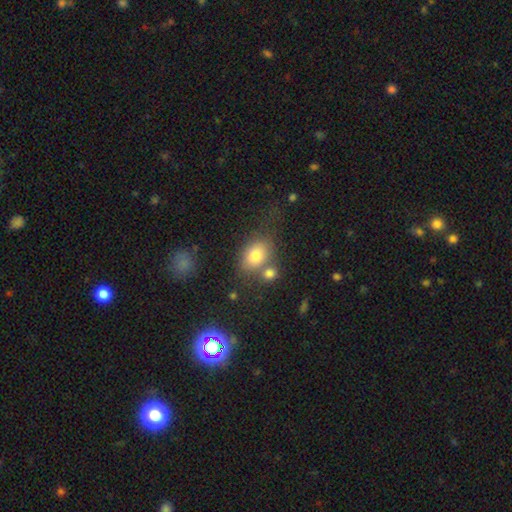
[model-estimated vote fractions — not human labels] smooth-or-featured: smooth: 77% | featured or disk: 13% | star or artifact: 10%
  how-rounded: in between: 68% | round: 30% | cigar-shaped: 1%
  merging: none: 53% | merger: 25% | minor disturbance: 15% | major disturbance: 7%